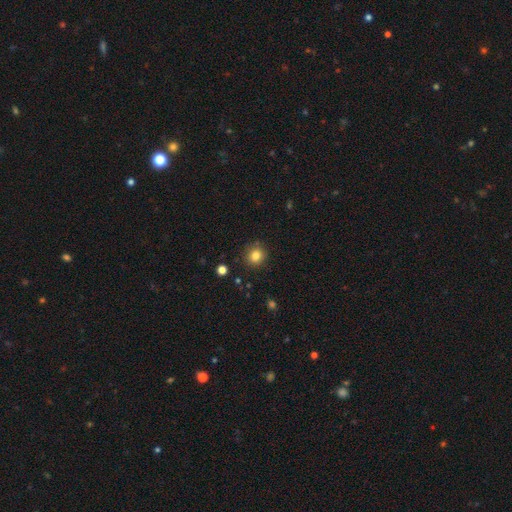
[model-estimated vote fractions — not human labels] Smooth or featured? Predicted: smooth (p=0.82). How rounded? Predicted: round (p=0.86). Merging? Predicted: none (p=0.88).